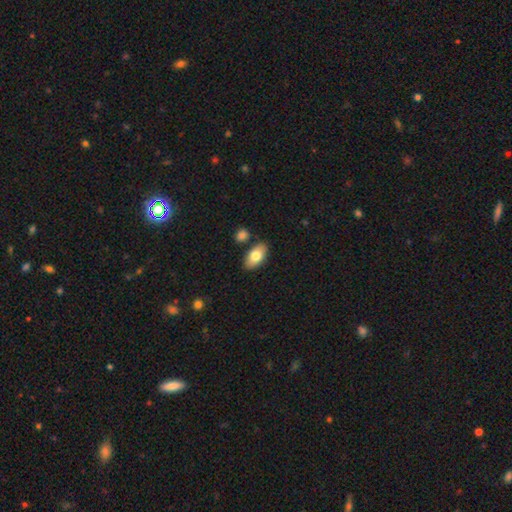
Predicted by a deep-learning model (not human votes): smooth-or-featured: smooth: 78% | featured or disk: 16% | star or artifact: 6%
  how-rounded: in between: 93% | round: 4% | cigar-shaped: 3%
  merging: none: 81% | minor disturbance: 10% | merger: 6% | major disturbance: 2%